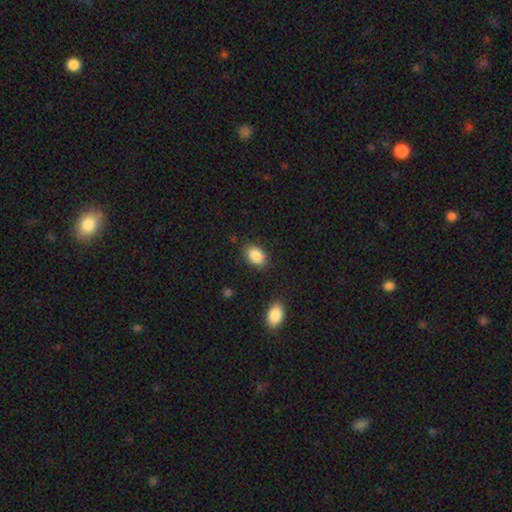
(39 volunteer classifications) This is clearly a smooth galaxy (90%). How rounded: clearly in between (86%). Merging: likely none (72%).